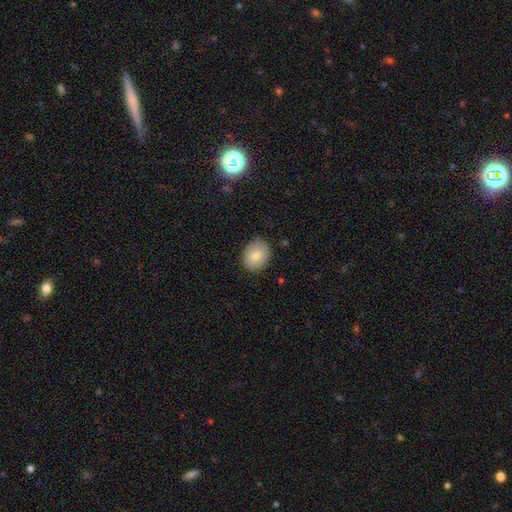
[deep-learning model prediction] A smooth galaxy with no disk features (79%) that is in between round and cigar-shaped (61%). Merging: none (81%).